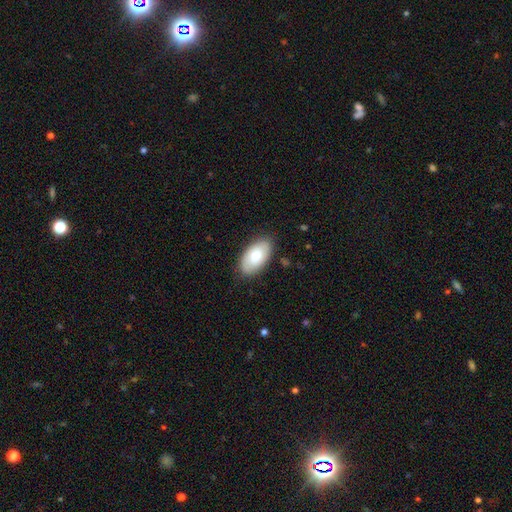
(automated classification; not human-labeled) Smooth or featured? smooth (68%)
How rounded? in between (94%)
Merging? none (85%)